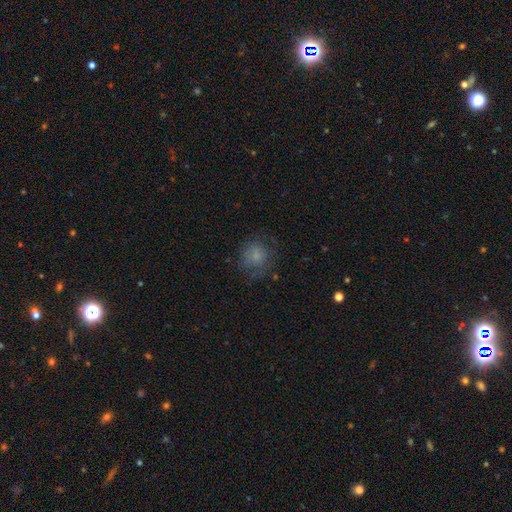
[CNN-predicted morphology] The model was most divided on "merging": none: 66%, minor disturbance: 20%, major disturbance: 13%, merger: 1%. More confident: how rounded — round (84%); smooth or featured — smooth (75%).